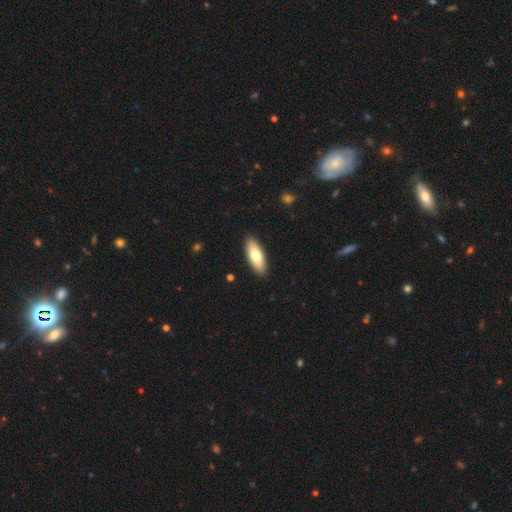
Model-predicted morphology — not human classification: smooth-or-featured: smooth: 73% | featured or disk: 22% | star or artifact: 5%
  how-rounded: in between: 73% | cigar-shaped: 25% | round: 2%
  merging: none: 90% | minor disturbance: 7% | major disturbance: 2% | merger: 1%